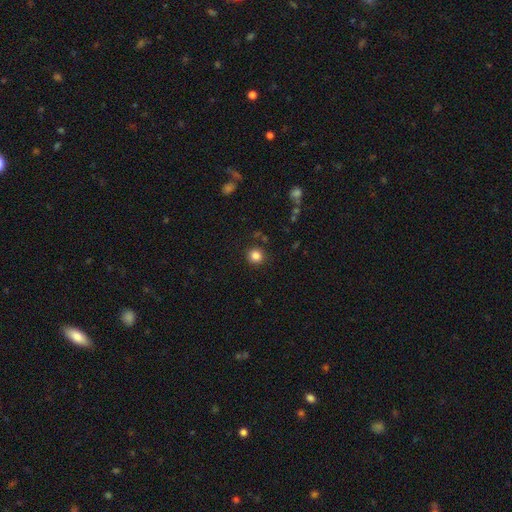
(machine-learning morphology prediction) A smooth galaxy with no disk features (84%) that is round (92%).

Vote fractions:
- Smooth or featured? smooth: 84% / star or artifact: 12% / featured or disk: 4%
- How rounded? round: 92% / in between: 7% / cigar-shaped: 1%
- Merging? none: 88% / minor disturbance: 8% / major disturbance: 3% / merger: 2%